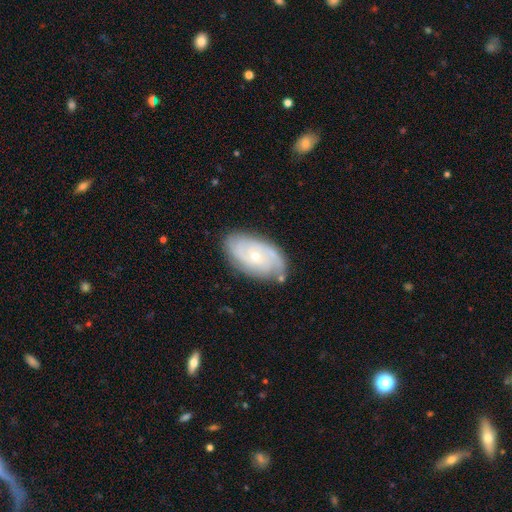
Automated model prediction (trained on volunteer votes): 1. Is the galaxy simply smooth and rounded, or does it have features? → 78% featured or disk, 16% smooth, 6% star or artifact.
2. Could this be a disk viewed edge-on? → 95% no, 5% yes.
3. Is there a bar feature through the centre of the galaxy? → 69% no, 26% weak, 5% strong.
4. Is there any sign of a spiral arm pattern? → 92% yes, 8% no.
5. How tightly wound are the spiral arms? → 56% tight, 34% medium, 11% loose.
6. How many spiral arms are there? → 38% 2, 28% can't tell, 19% 3, 7% 4, 4% 1, 4% more than 4.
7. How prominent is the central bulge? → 68% small, 29% moderate, 1% large, 1% none, 1% dominant.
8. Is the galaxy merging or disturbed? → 77% none, 16% minor disturbance, 4% major disturbance, 3% merger.